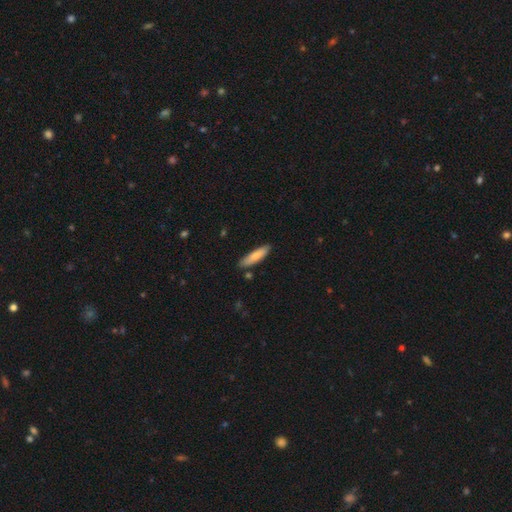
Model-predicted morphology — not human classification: A smooth galaxy with no disk features (78%) that is cigar-shaped (71%).

Vote fractions:
- Smooth or featured? smooth: 78% / featured or disk: 17% / star or artifact: 6%
- How rounded? cigar-shaped: 71% / in between: 27% / round: 1%
- Merging? none: 84% / minor disturbance: 12% / merger: 3% / major disturbance: 2%